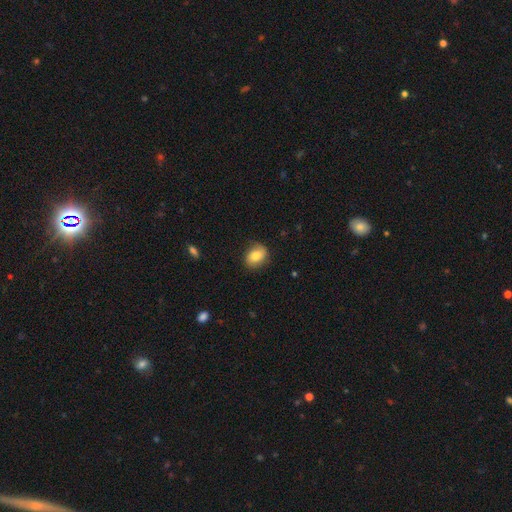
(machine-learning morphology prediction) This is likely a smooth galaxy (75%). How rounded: likely in between (64%). Merging: clearly none (80%).